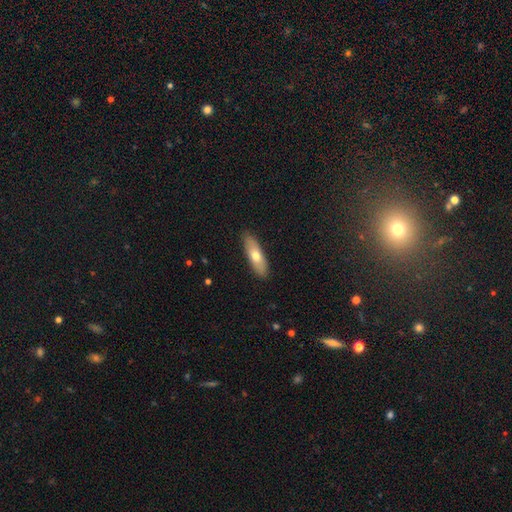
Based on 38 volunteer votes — Smooth or featured?
  - smooth: 61% *
  - featured or disk: 34%
  - star or artifact: 5%
How rounded?
  - cigar-shaped: 52% *
  - in between: 48%
  - round: 0%
Merging?
  - none: 89% *
  - major disturbance: 8%
  - minor disturbance: 3%
  - merger: 0%